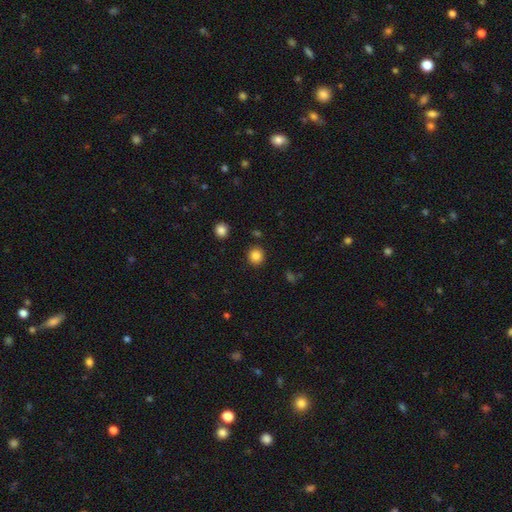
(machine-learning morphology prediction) type=smooth (85%); roundness=round (88%); merging=none (89%).